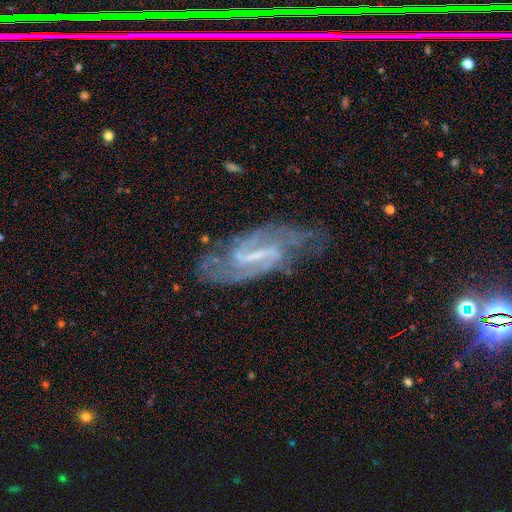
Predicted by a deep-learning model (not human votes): Smooth or featured?
  - featured or disk: 85% *
  - smooth: 8%
  - star or artifact: 7%
Edge-on disk?
  - no: 92% *
  - yes: 8%
Bar?
  - strong: 50% *
  - weak: 40%
  - no: 10%
Spiral arms?
  - yes: 92% *
  - no: 8%
Spiral winding?
  - medium: 46% *
  - loose: 28%
  - tight: 27%
Spiral arm count?
  - 2: 70% *
  - can't tell: 16%
  - 3: 6%
  - 1: 3%
  - 4: 3%
  - more than 4: 2%
Bulge size?
  - small: 52% *
  - none: 29%
  - moderate: 16%
  - large: 2%
  - dominant: 1%
Merging?
  - none: 65% *
  - minor disturbance: 21%
  - major disturbance: 11%
  - merger: 3%